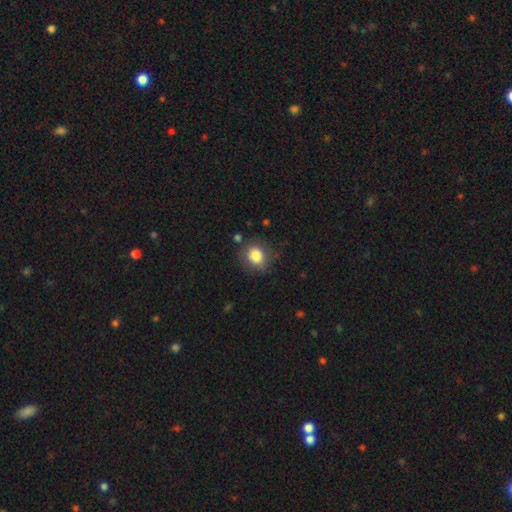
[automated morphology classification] A smooth galaxy with no disk features (83%) that is round (68%). Merging: none (79%).